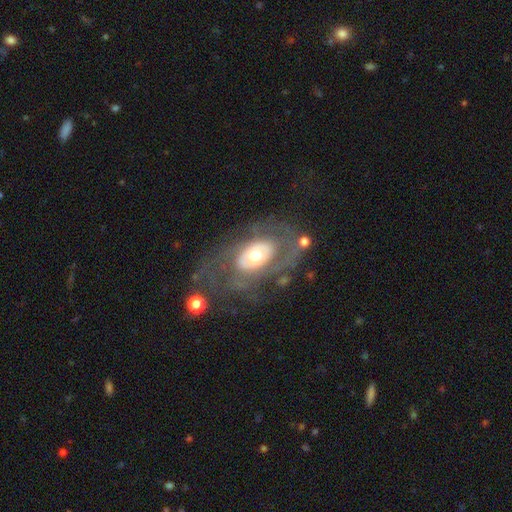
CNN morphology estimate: featured or disk 71%, smooth 23%, star or artifact 6%. Down the decision tree: edge-on disk — no (93%); bar — no (82%); spiral arms — yes (59%); bulge size — moderate (65%); merging — none (59%).